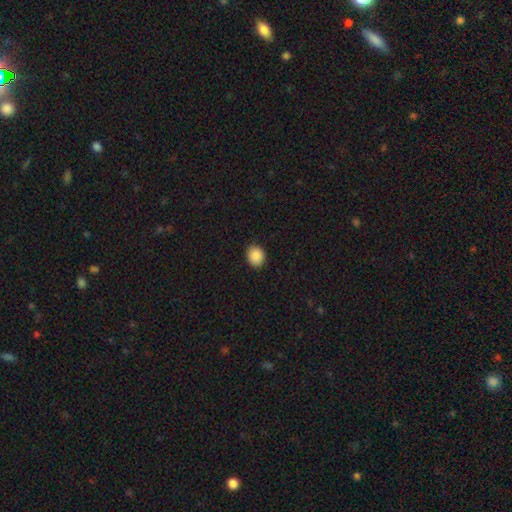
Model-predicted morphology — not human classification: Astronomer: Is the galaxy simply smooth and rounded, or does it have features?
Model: smooth — 89%.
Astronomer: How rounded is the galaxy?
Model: round — 63%.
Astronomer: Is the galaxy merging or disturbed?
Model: none — 90%.